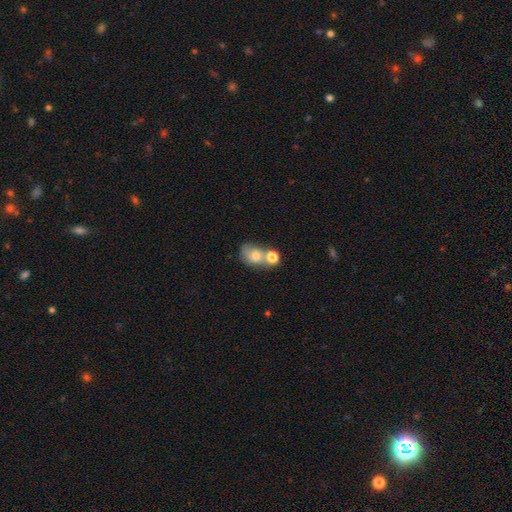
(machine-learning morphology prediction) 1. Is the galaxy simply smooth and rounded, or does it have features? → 67% smooth, 22% featured or disk, 11% star or artifact.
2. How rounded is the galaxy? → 56% in between, 43% round, 1% cigar-shaped.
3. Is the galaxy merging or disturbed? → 52% merger, 25% none, 13% minor disturbance, 9% major disturbance.